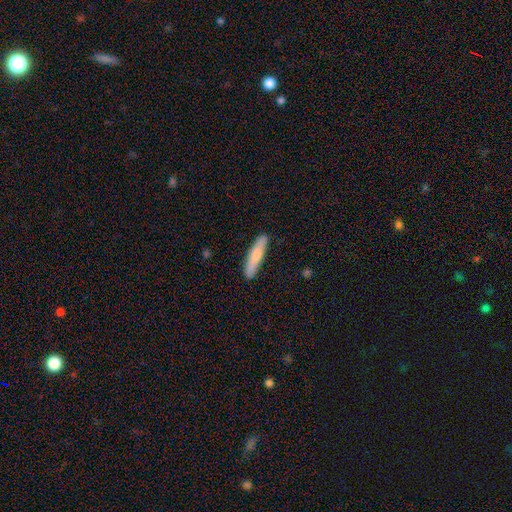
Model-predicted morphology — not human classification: A smooth galaxy with no disk features (75%) that is cigar-shaped (86%). Merging: none (88%).